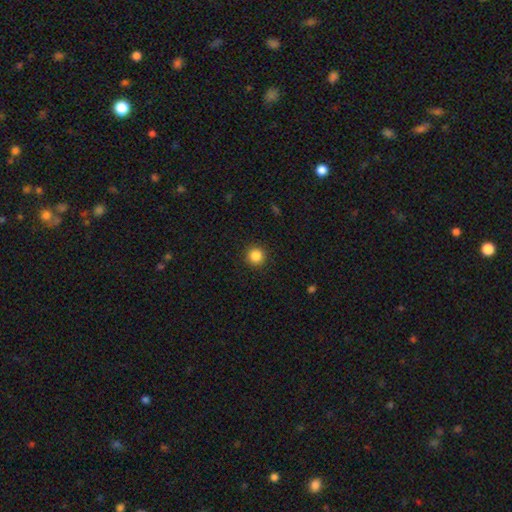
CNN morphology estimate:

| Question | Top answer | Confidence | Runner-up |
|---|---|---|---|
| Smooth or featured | smooth | 85% | star or artifact (11%) |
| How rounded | round | 95% | in between (4%) |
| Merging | none | 92% | minor disturbance (5%) |